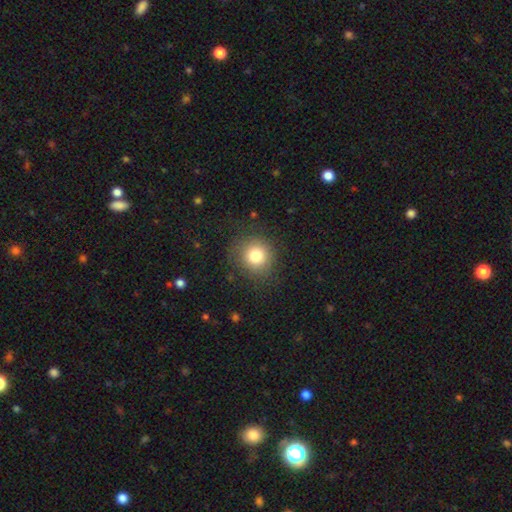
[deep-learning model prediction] smooth-or-featured: smooth: 79% | star or artifact: 12% | featured or disk: 9%
  how-rounded: round: 90% | in between: 9% | cigar-shaped: 1%
  merging: none: 84% | minor disturbance: 10% | major disturbance: 4% | merger: 1%